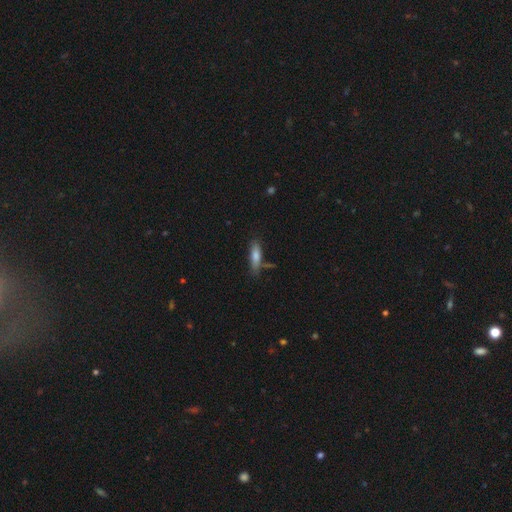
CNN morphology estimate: smooth-or-featured: smooth: 67% | featured or disk: 24% | star or artifact: 9%
  how-rounded: cigar-shaped: 66% | in between: 32% | round: 2%
  merging: none: 73% | minor disturbance: 18% | merger: 6% | major disturbance: 4%